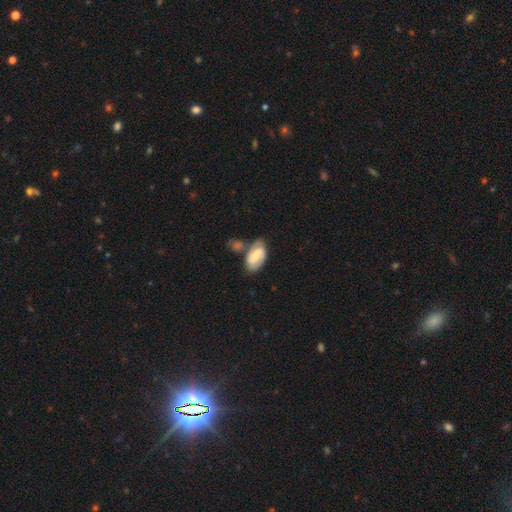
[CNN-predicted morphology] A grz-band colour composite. It shows a featured or disk galaxy (56%) with a weak bar (47%), spiral arms (84%) and a small central bulge (42%). Merging: none (52%).